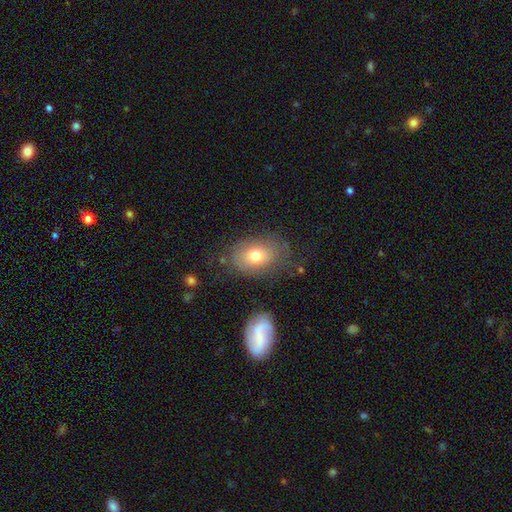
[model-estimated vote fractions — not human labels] Morphology: type=smooth (70%); roundness=in between (78%); merging=none (68%).